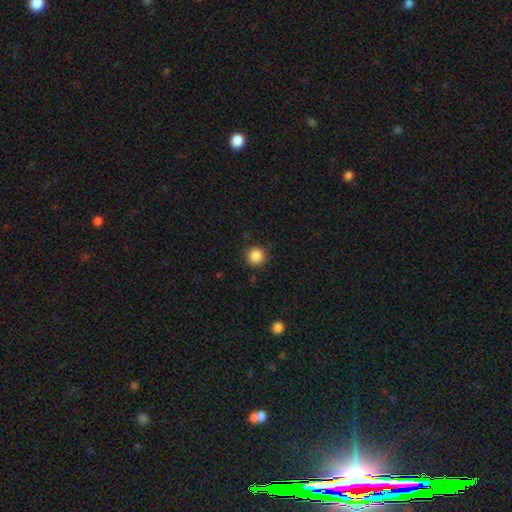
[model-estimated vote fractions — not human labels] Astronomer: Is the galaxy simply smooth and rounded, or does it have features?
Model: smooth — 87%.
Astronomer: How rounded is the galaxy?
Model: round — 94%.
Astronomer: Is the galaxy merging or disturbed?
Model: none — 90%.